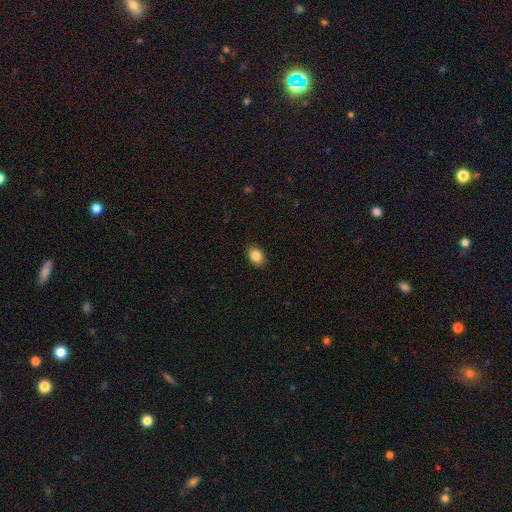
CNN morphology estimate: smooth 85%, star or artifact 9%, featured or disk 6%. Down the decision tree: how rounded — in between (74%); merging — none (89%).